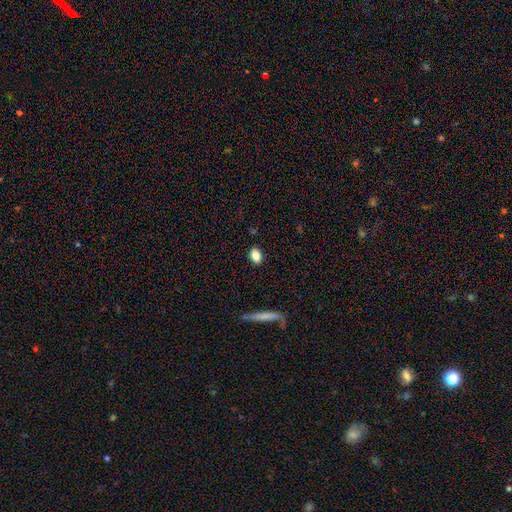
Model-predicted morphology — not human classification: Smooth or featured: smooth — 82% (star or artifact — 9%)
How rounded: in between — 78% (round — 19%)
Merging: none — 87% (minor disturbance — 9%)